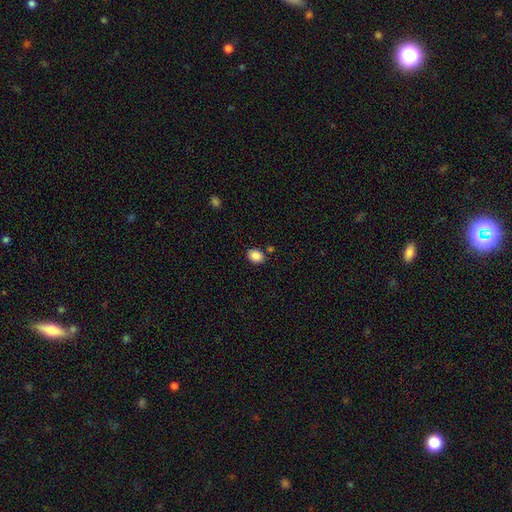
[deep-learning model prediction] The model was most divided on "how rounded": in between: 63%, round: 36%, cigar-shaped: 1%. More confident: smooth or featured — smooth (87%); merging — none (82%).